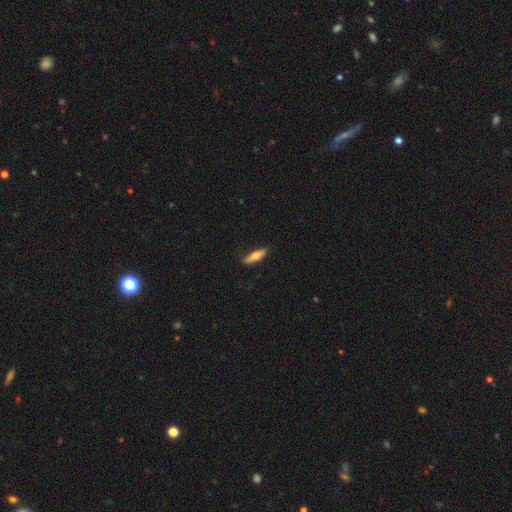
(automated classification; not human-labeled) The model was most divided on "smooth or featured": smooth: 60%, featured or disk: 34%, star or artifact: 6%. More confident: merging — none (79%); how rounded — cigar-shaped (65%).